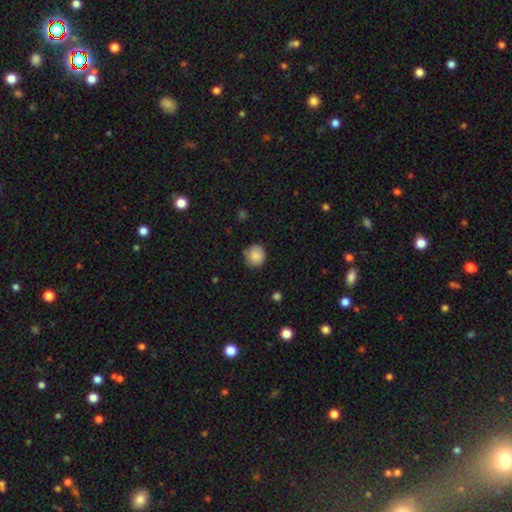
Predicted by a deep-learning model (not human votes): This is clearly a smooth galaxy (86%). How rounded: clearly round (85%). Merging: likely none (76%).